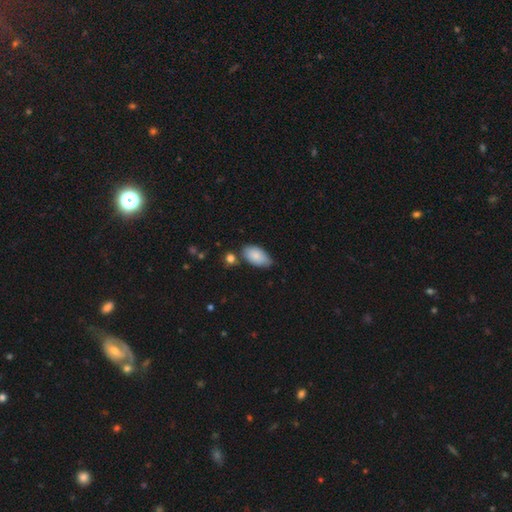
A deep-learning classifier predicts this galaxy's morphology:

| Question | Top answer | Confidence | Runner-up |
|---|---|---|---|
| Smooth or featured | smooth | 83% | featured or disk (10%) |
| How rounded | in between | 94% | round (4%) |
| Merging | none | 62% | minor disturbance (26%) |